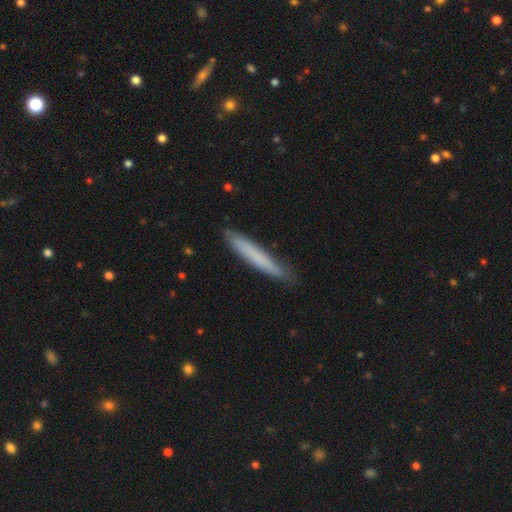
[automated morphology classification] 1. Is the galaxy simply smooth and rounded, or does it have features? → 70% smooth, 24% featured or disk, 6% star or artifact.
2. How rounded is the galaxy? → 95% cigar-shaped, 4% in between, 1% round.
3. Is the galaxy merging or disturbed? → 85% none, 12% minor disturbance, 2% major disturbance, 1% merger.